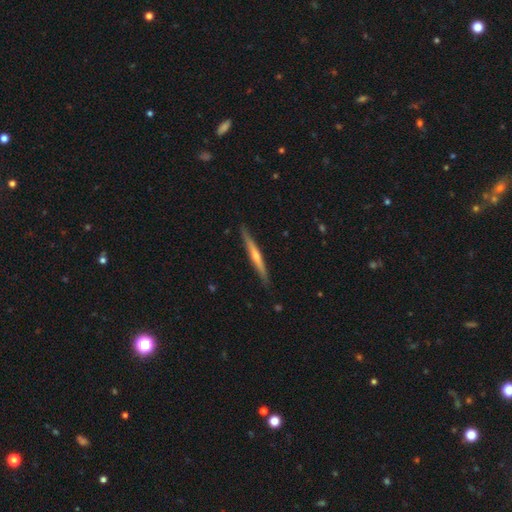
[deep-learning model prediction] smooth_or_featured: featured or disk (p=0.70) [alt: smooth p=0.24]
disk_edge_on: yes (p=0.98) [alt: no p=0.02]
edge_on_bulge: rounded (p=0.73) [alt: none p=0.22]
merging: none (p=0.91) [alt: minor disturbance p=0.07]